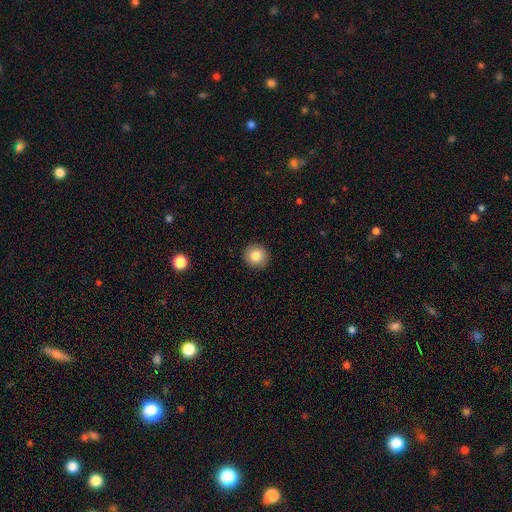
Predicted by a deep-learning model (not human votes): smooth-or-featured: smooth: 83% | star or artifact: 9% | featured or disk: 8%
  how-rounded: round: 94% | in between: 5% | cigar-shaped: 1%
  merging: none: 92% | minor disturbance: 5% | major disturbance: 2% | merger: 1%